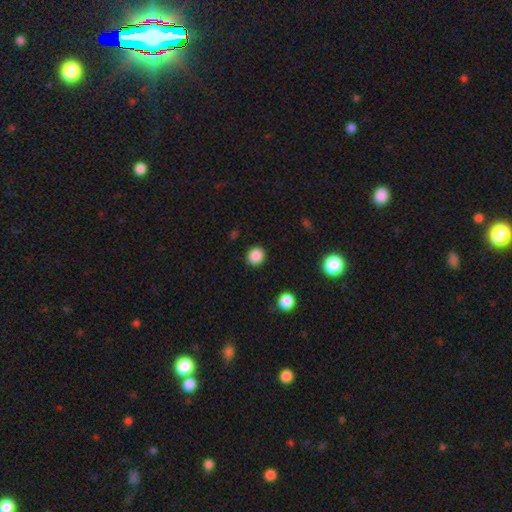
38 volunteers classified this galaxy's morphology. A smooth galaxy with no disk features (87%) that is round (91%). Merging: none (82%).